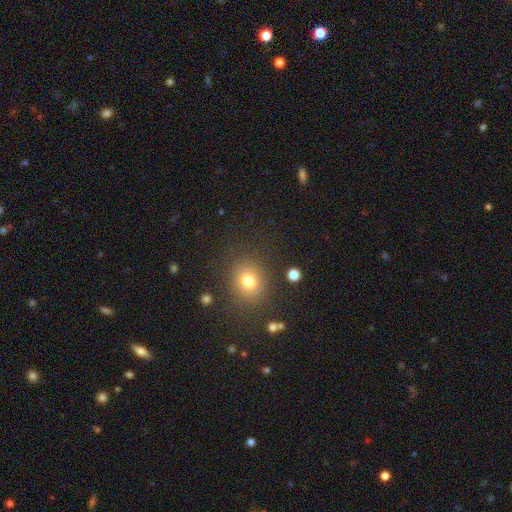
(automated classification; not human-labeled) The model was most divided on "smooth or featured": smooth: 62%, star or artifact: 31%, featured or disk: 7%. More confident: merging — none (88%); how rounded — round (81%).